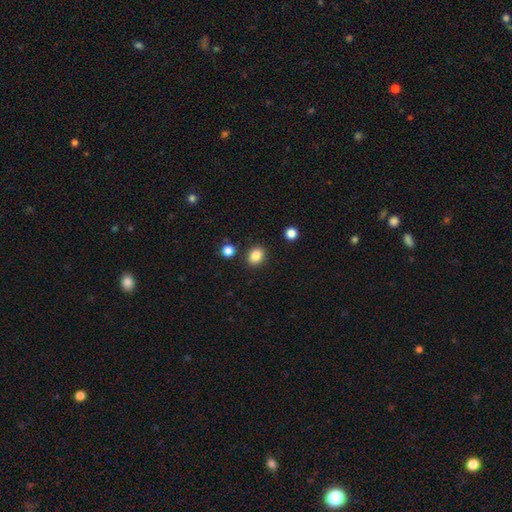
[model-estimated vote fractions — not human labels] A smooth galaxy with no disk features (85%) that is in between round and cigar-shaped (51%).

Vote fractions:
- Smooth or featured? smooth: 85% / star or artifact: 10% / featured or disk: 5%
- How rounded? in between: 51% / round: 48% / cigar-shaped: 1%
- Merging? none: 87% / minor disturbance: 8% / merger: 3% / major disturbance: 2%